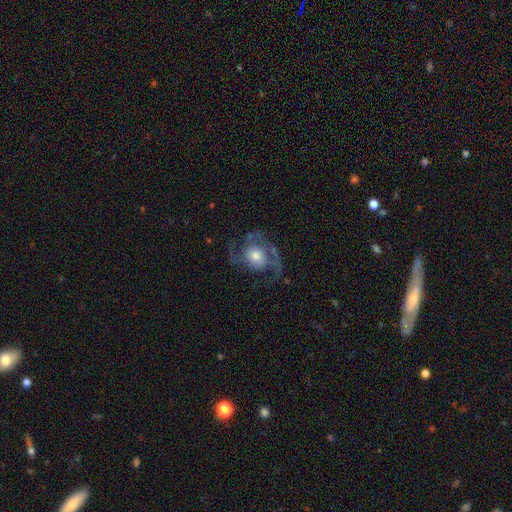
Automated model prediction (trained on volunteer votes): Smooth or featured?
  - featured or disk: 81% *
  - smooth: 13%
  - star or artifact: 6%
Edge-on disk?
  - no: 98% *
  - yes: 2%
Bar?
  - no: 74% *
  - weak: 21%
  - strong: 4%
Spiral arms?
  - yes: 92% *
  - no: 8%
Spiral winding?
  - medium: 50% *
  - loose: 33%
  - tight: 17%
Spiral arm count?
  - 2: 66% *
  - 3: 13%
  - can't tell: 8%
  - 1: 6%
  - 4: 3%
  - more than 4: 3%
Bulge size?
  - moderate: 56% *
  - large: 26%
  - small: 13%
  - dominant: 3%
  - none: 2%
Merging?
  - none: 58% *
  - major disturbance: 22%
  - minor disturbance: 18%
  - merger: 2%